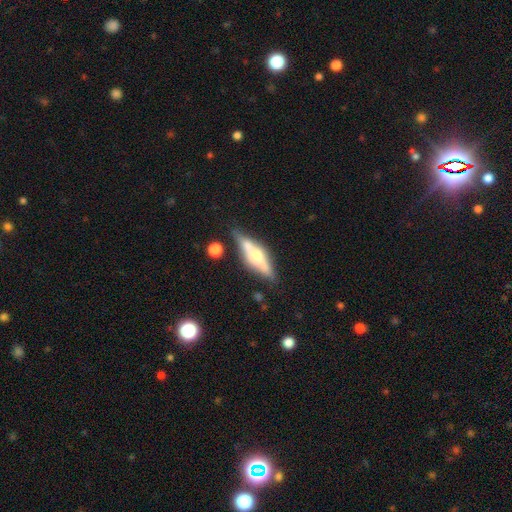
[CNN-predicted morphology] Q: Smooth or featured?
A: featured or disk (68%); runner-up: smooth (26%)
Q: Edge-on disk?
A: yes (94%); runner-up: no (6%)
Q: Edge-on bulge?
A: rounded (88%); runner-up: boxy (8%)
Q: Merging?
A: none (74%); runner-up: minor disturbance (15%)